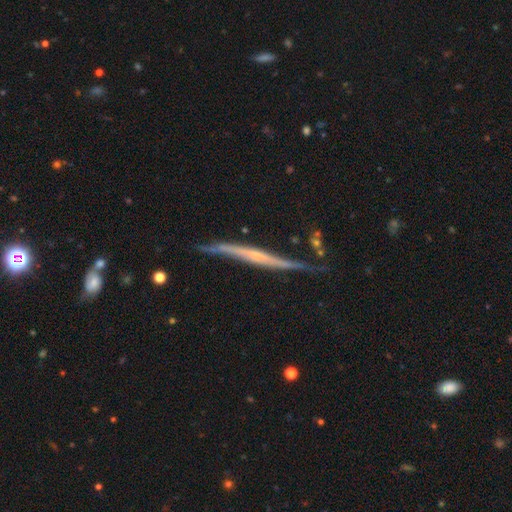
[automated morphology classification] Smooth or featured: featured or disk — 76% (smooth — 18%)
Edge-on disk: yes — 93% (no — 7%)
Edge-on bulge: none — 52% (rounded — 39%)
Merging: none — 65% (minor disturbance — 24%)